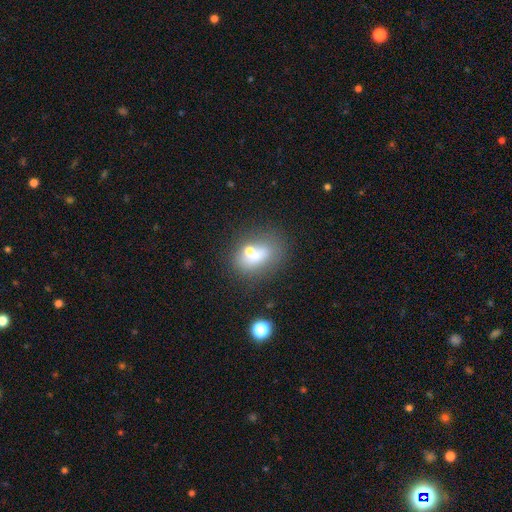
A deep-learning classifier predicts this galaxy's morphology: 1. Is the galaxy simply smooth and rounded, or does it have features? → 64% smooth, 23% featured or disk, 14% star or artifact.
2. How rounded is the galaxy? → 62% in between, 35% round, 3% cigar-shaped.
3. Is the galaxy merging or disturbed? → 47% none, 31% merger, 14% minor disturbance, 8% major disturbance.